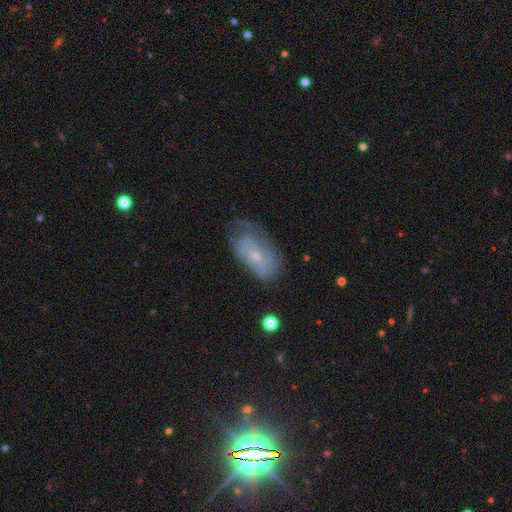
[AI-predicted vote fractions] Morphology: type=featured or disk (60%); edge-on=no (94%); bar=no (70%); spiral arms=yes (74%); bulge=small (68%); merging=none (50%).